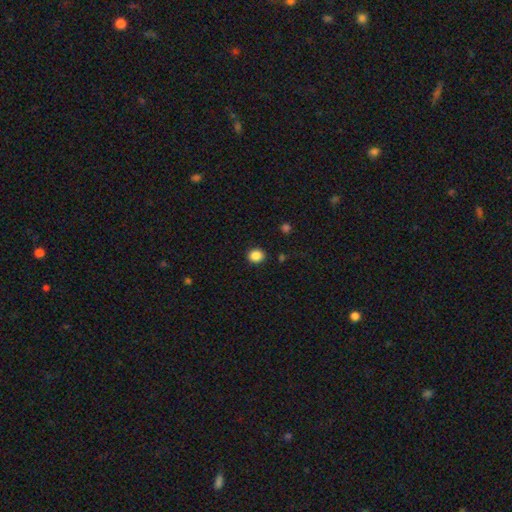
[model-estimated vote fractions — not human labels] Smooth or featured?
  - smooth: 87% *
  - star or artifact: 10%
  - featured or disk: 3%
How rounded?
  - round: 75% *
  - in between: 24%
  - cigar-shaped: 1%
Merging?
  - none: 91% *
  - minor disturbance: 6%
  - major disturbance: 2%
  - merger: 1%